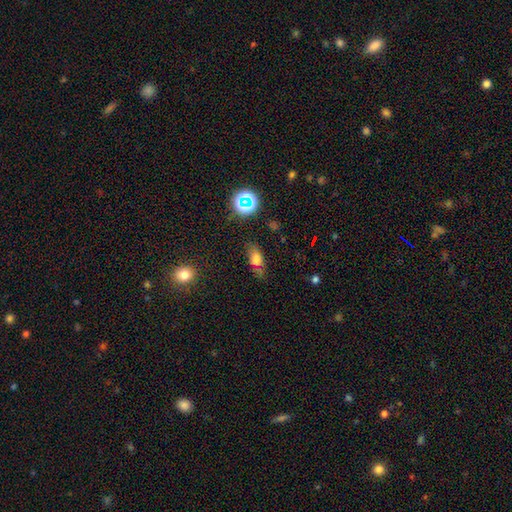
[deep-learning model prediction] smooth_or_featured: smooth (p=0.57) [alt: star or artifact p=0.24]
how_rounded: in between (p=0.69) [alt: round p=0.16]
merging: none (p=0.72) [alt: minor disturbance p=0.18]